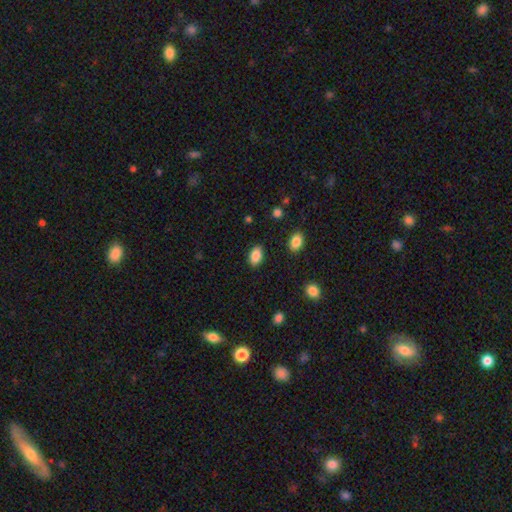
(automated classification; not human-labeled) Morphology: type=smooth (88%); roundness=in between (89%); merging=none (87%).